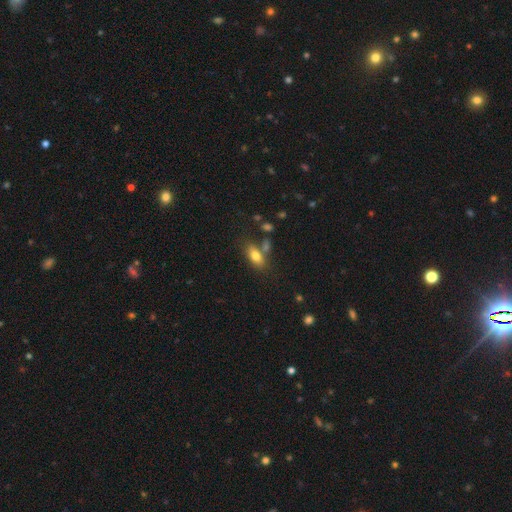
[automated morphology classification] This is likely a smooth galaxy (76%). How rounded: clearly in between (81%). Merging: likely none (63%).